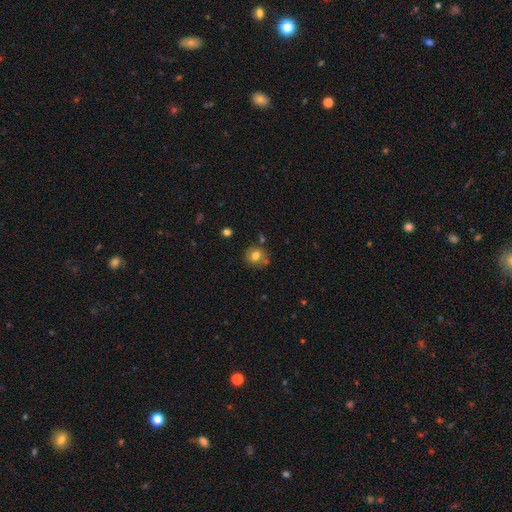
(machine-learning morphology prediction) Smooth or featured: smooth — 77% (featured or disk — 12%)
How rounded: round — 83% (in between — 16%)
Merging: none — 74% (minor disturbance — 14%)